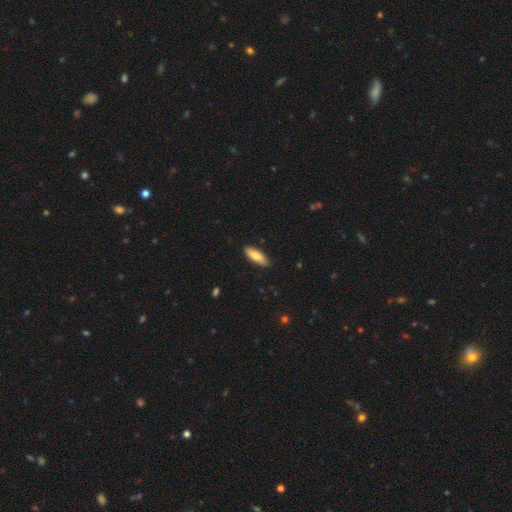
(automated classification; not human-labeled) Smooth or featured?
  - smooth: 80% *
  - featured or disk: 15%
  - star or artifact: 5%
How rounded?
  - in between: 56% *
  - cigar-shaped: 42%
  - round: 2%
Merging?
  - none: 86% *
  - minor disturbance: 11%
  - major disturbance: 2%
  - merger: 1%